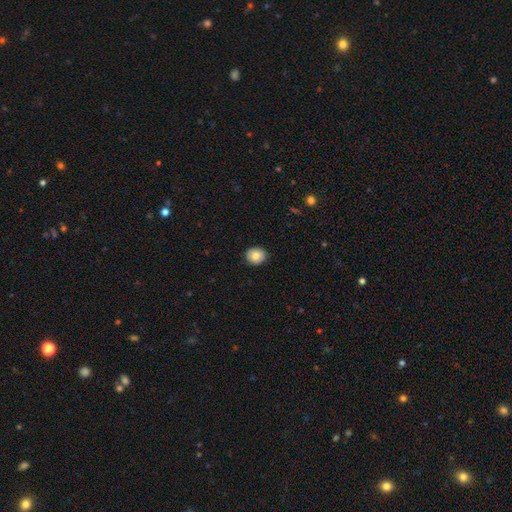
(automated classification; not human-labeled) smooth_or_featured: smooth (p=0.78) [alt: featured or disk p=0.14]
how_rounded: round (p=0.77) [alt: in between p=0.22]
merging: none (p=0.90) [alt: minor disturbance p=0.08]